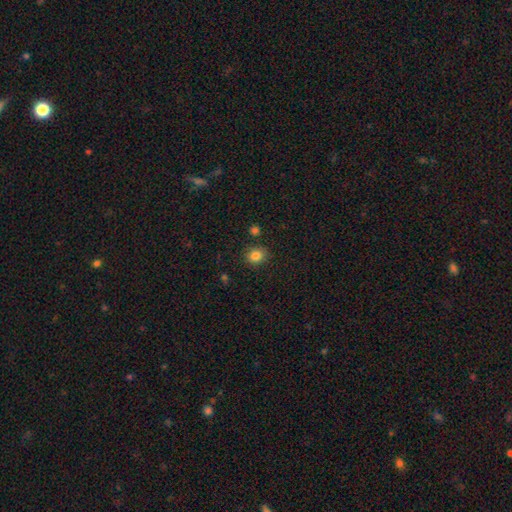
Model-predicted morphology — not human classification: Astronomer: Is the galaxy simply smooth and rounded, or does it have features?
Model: smooth — 83%.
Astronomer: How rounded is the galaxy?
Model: round — 73%.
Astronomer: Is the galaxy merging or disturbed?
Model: none — 85%.